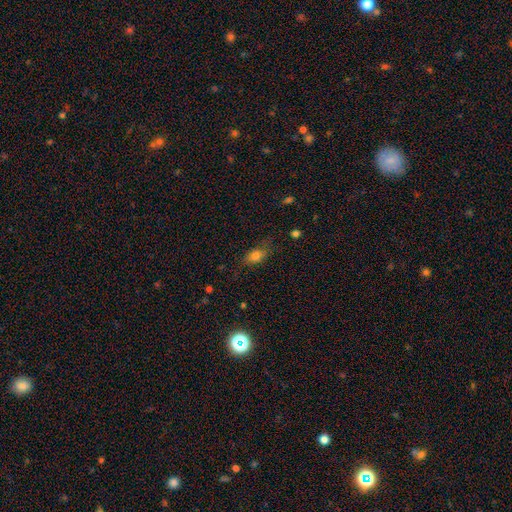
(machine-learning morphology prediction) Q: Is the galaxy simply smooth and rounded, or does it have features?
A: smooth — 75%.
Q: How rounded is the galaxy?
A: in between — 73%.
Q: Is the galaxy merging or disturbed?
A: none — 69%.